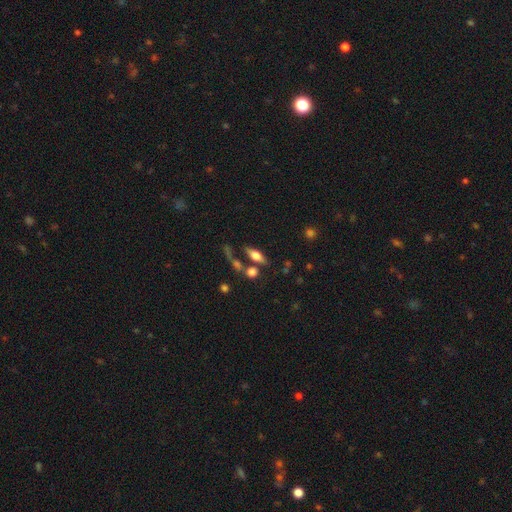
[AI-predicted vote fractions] smooth 55%, featured or disk 36%, star or artifact 9%. Down the decision tree: how rounded — in between (64%); merging — none (66%).